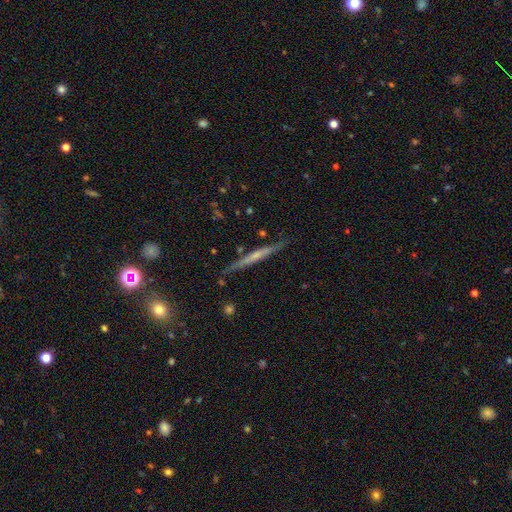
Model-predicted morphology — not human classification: This is likely a featured or disk galaxy (63%). It is clearly viewed edge-on (97%). Edge-on bulge: possibly none (56%). Merging: clearly none (86%).